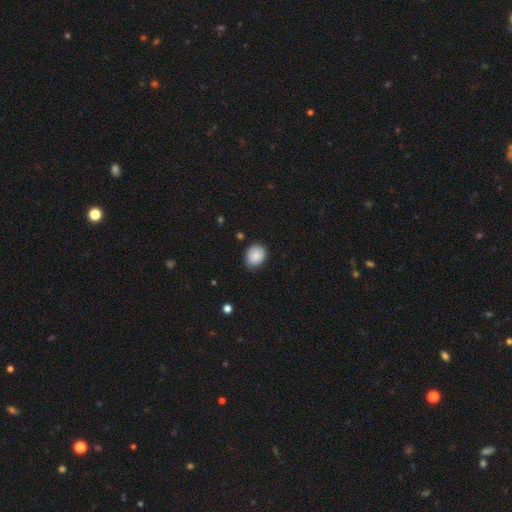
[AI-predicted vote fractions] A smooth galaxy with no disk features (82%) that is round (54%). Merging: none (79%).